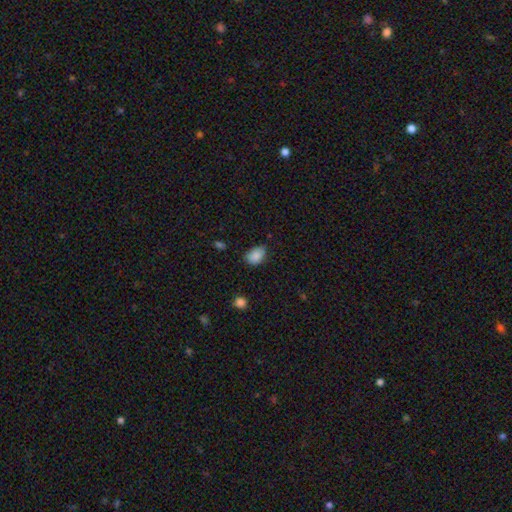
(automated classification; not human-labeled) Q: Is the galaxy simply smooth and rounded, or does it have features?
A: smooth — 87%.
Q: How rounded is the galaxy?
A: in between — 77%.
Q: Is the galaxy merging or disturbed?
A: none — 62%.